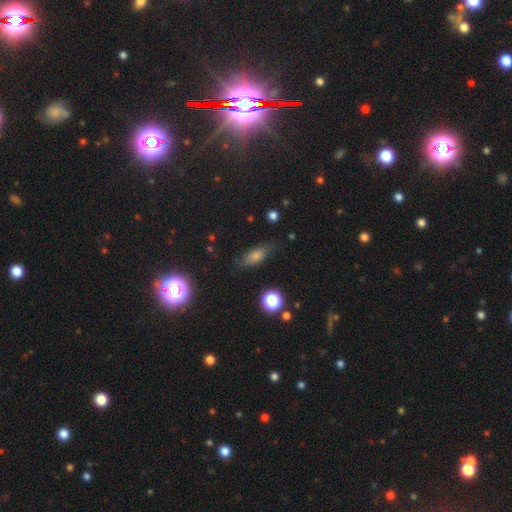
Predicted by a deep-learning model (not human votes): smooth 65%, star or artifact 18%, featured or disk 17%. Down the decision tree: how rounded — in between (66%); merging — none (79%).